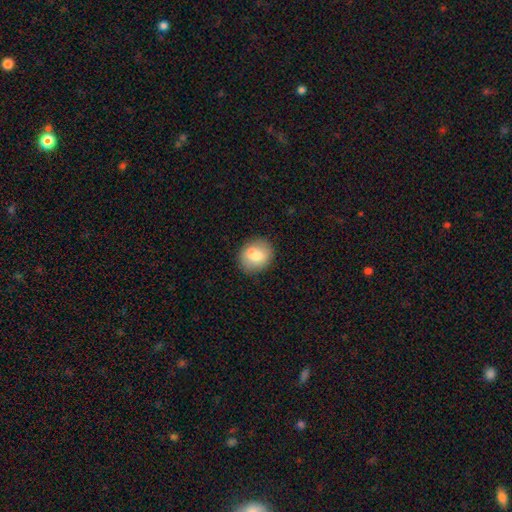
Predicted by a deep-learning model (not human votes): A smooth galaxy with no disk features (75%) that is round (68%).

Vote fractions:
- Smooth or featured? smooth: 75% / featured or disk: 17% / star or artifact: 8%
- How rounded? round: 68% / in between: 31% / cigar-shaped: 1%
- Merging? none: 83% / minor disturbance: 12% / major disturbance: 3% / merger: 2%